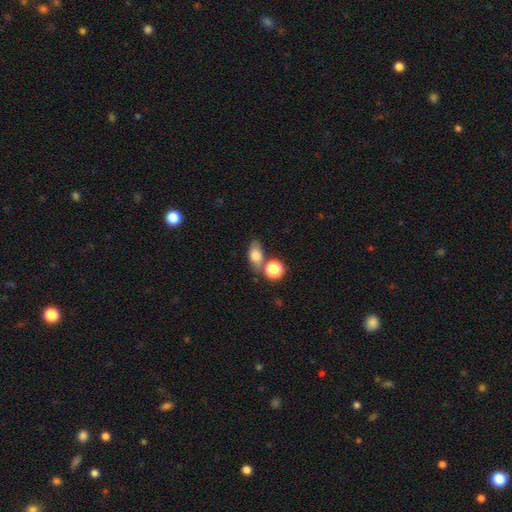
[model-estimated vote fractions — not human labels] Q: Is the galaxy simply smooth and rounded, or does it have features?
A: smooth — 75%.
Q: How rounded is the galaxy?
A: in between — 75%.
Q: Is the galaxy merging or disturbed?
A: none — 55%.